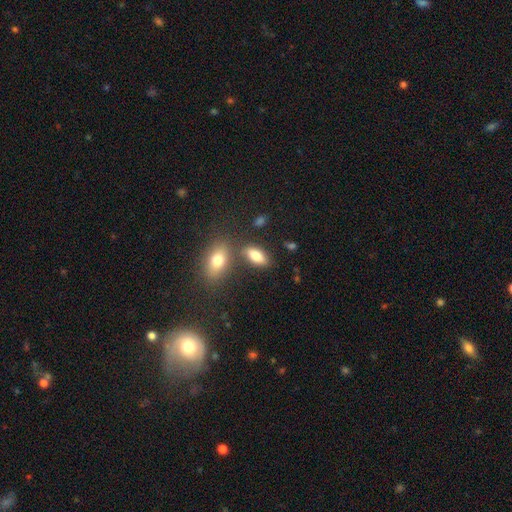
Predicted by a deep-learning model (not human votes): Smooth or featured?
  - smooth: 80% *
  - featured or disk: 12%
  - star or artifact: 9%
How rounded?
  - in between: 85% *
  - cigar-shaped: 11%
  - round: 4%
Merging?
  - none: 71% *
  - merger: 13%
  - minor disturbance: 12%
  - major disturbance: 4%